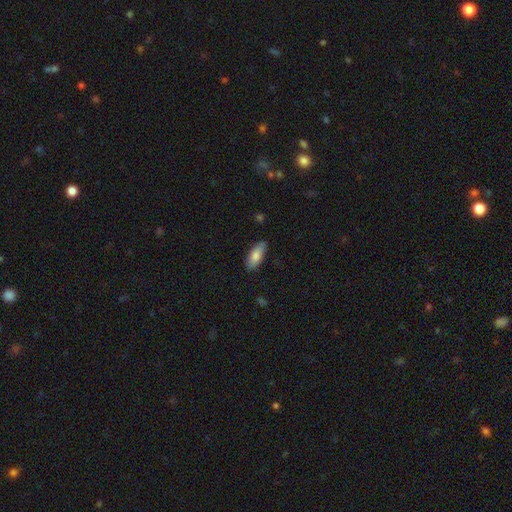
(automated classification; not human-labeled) smooth 82%, featured or disk 12%, star or artifact 6%. Down the decision tree: how rounded — in between (81%); merging — none (83%).